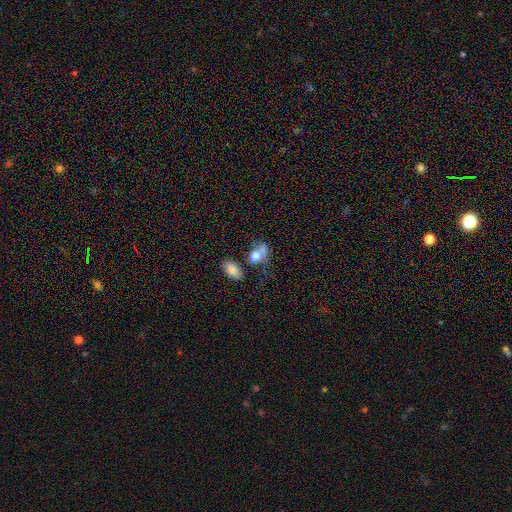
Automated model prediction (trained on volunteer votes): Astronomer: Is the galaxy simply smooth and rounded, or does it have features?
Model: smooth — 73%.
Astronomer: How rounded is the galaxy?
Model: in between — 67%.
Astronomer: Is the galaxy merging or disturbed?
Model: merger — 36% (runner-up: none, 31%).